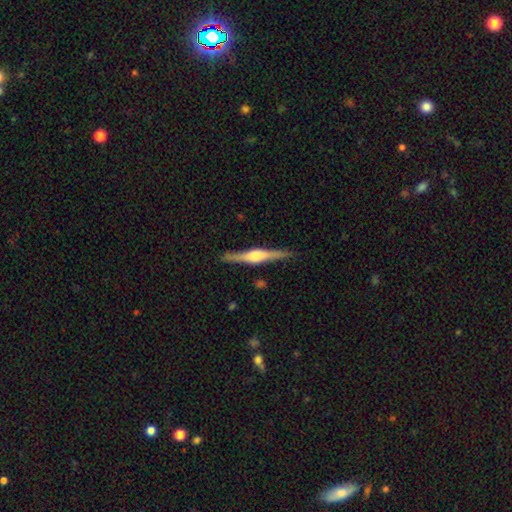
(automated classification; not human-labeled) Smooth or featured: featured or disk — 76% (smooth — 18%)
Edge-on disk: yes — 98% (no — 2%)
Edge-on bulge: rounded — 77% (boxy — 18%)
Merging: none — 89% (minor disturbance — 8%)